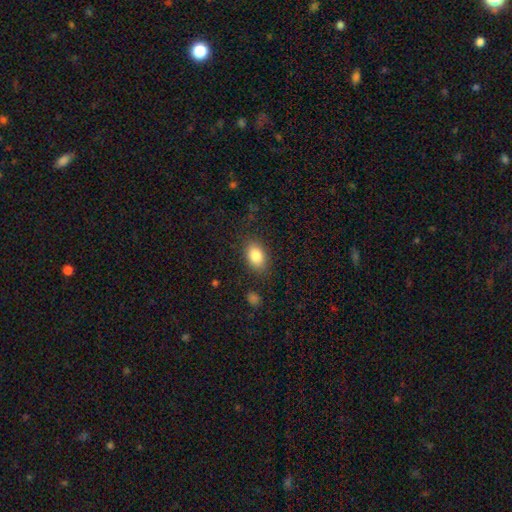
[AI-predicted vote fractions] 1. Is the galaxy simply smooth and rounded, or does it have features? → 85% smooth, 8% star or artifact, 7% featured or disk.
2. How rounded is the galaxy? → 83% in between, 16% round, 1% cigar-shaped.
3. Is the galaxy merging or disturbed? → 83% none, 12% minor disturbance, 4% major disturbance, 2% merger.